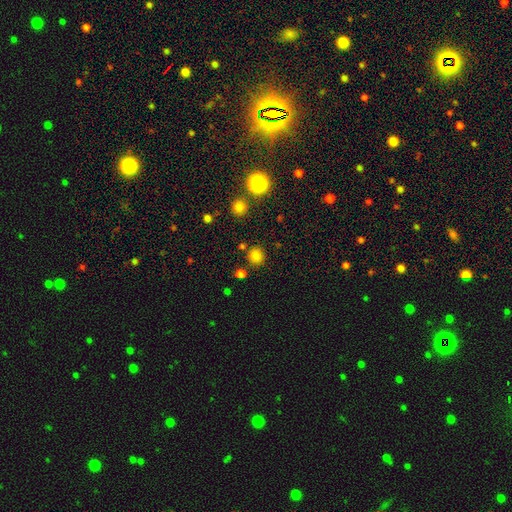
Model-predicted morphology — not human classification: Smooth or featured? Predicted: smooth (p=0.79). How rounded? Predicted: round (p=0.88). Merging? Predicted: none (p=0.84).